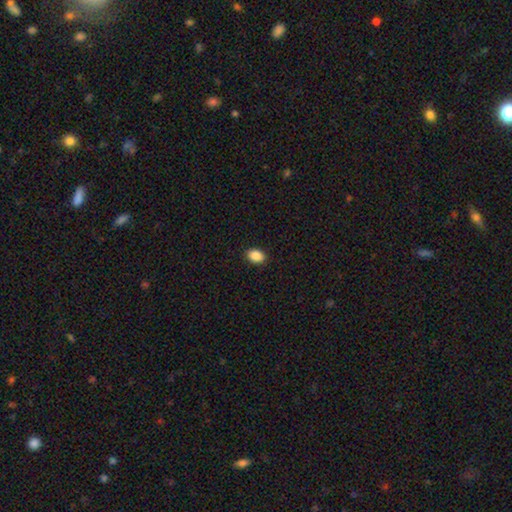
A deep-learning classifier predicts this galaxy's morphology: The model was most divided on "how rounded": in between: 78%, round: 21%, cigar-shaped: 1%. More confident: merging — none (91%); smooth or featured — smooth (89%).